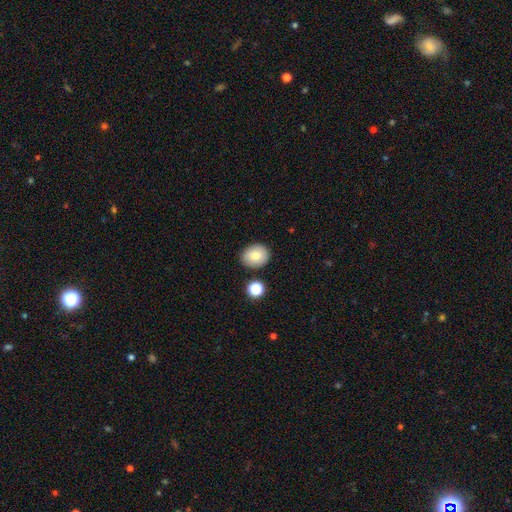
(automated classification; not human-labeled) This is likely a smooth galaxy (79%). How rounded: possibly round (60%). Merging: clearly none (84%).